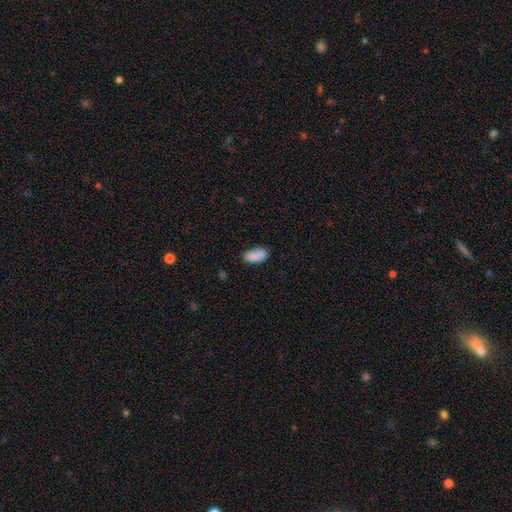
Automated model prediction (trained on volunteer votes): smooth-or-featured: smooth: 86% | star or artifact: 7% | featured or disk: 7%
  how-rounded: in between: 92% | cigar-shaped: 6% | round: 3%
  merging: none: 74% | minor disturbance: 18% | merger: 4% | major disturbance: 4%